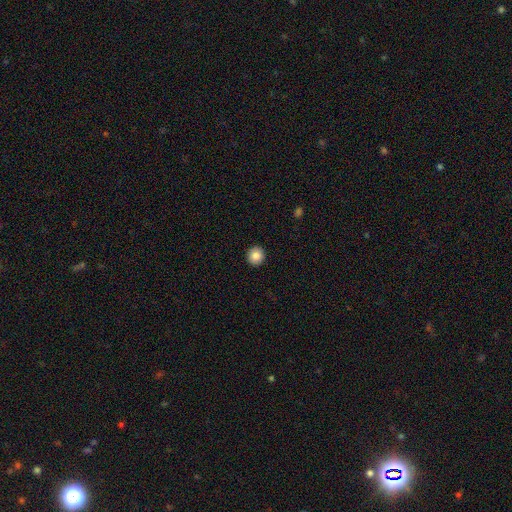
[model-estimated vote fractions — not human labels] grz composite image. It shows a smooth galaxy with no disk features (84%) that is round (93%). Merging: none (93%).